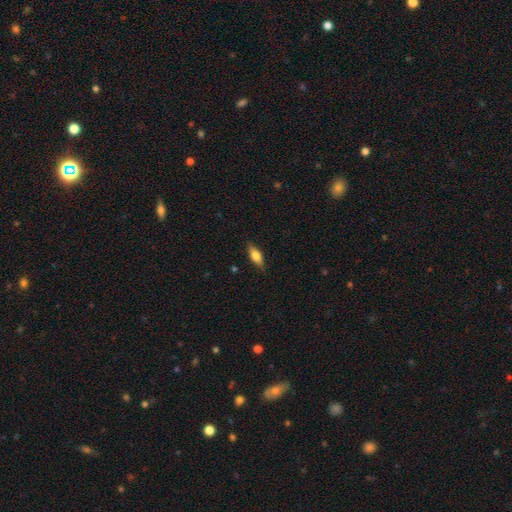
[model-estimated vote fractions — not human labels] Smooth or featured: smooth — 76% (featured or disk — 18%)
How rounded: in between — 74% (cigar-shaped — 23%)
Merging: none — 85% (minor disturbance — 12%)